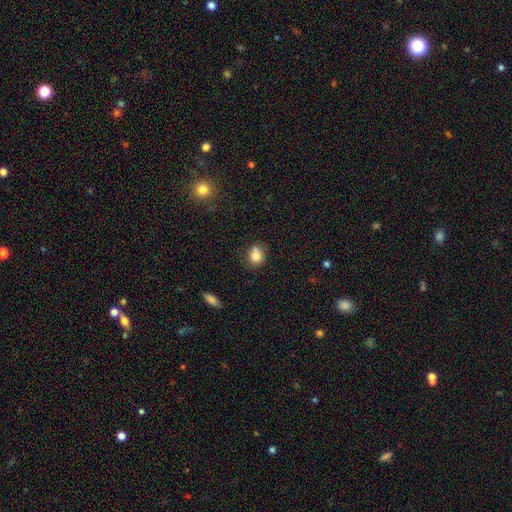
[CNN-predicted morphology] Smooth or featured? smooth (80%)
How rounded? round (70%)
Merging? none (54%)